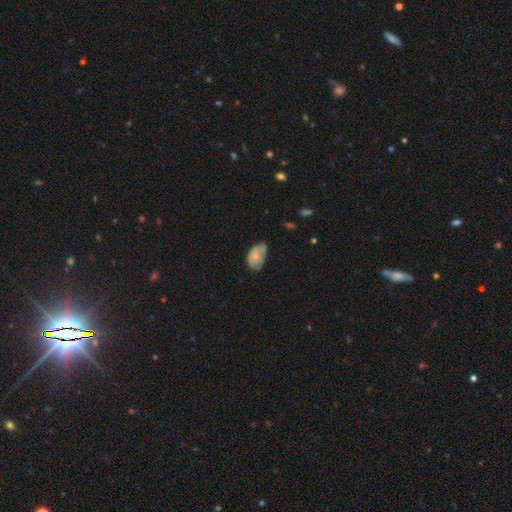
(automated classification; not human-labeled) The model was most divided on "merging" (2-way tie): minor disturbance: 42%, none: 42%, major disturbance: 13%, merger: 3%. More confident: how rounded — in between (91%); smooth or featured — smooth (68%).